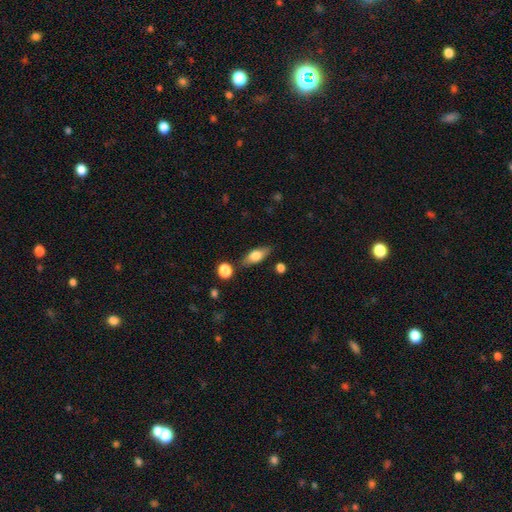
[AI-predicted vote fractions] Smooth or featured? smooth (68%)
How rounded? in between (76%)
Merging? none (79%)